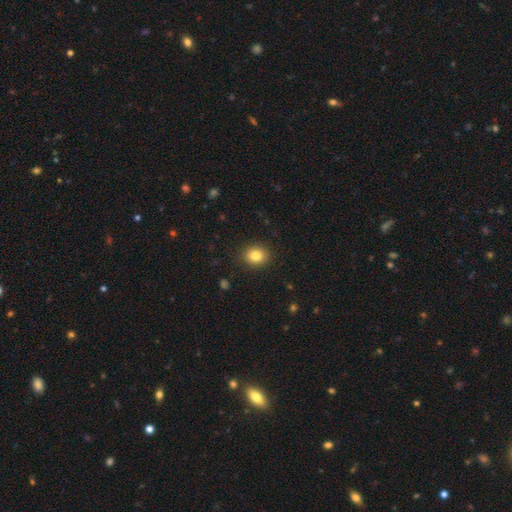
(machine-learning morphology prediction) A smooth galaxy with no disk features (82%) that is round (68%).

Vote fractions:
- Smooth or featured? smooth: 82% / star or artifact: 11% / featured or disk: 7%
- How rounded? round: 68% / in between: 31% / cigar-shaped: 1%
- Merging? none: 89% / minor disturbance: 7% / major disturbance: 2% / merger: 1%